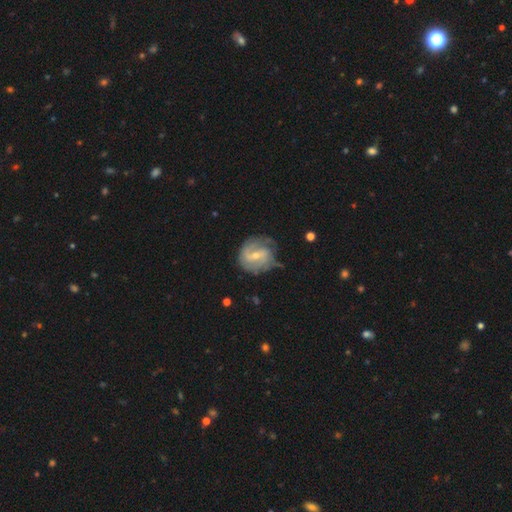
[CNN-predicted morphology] Overall: featured or disk (81%). Edge-on disk: no (98%). Bar: weak (55%; no 24%). Spiral arms: yes (92%). Spiral arm count: 2 (54%; can't tell 22%). Spiral winding: tight (42%; medium 41%). Bulge size: small (58%; moderate 39%). Merging: none (62%; minor disturbance 24%).